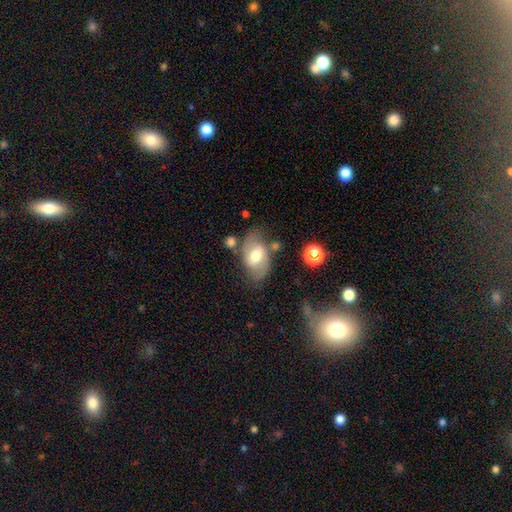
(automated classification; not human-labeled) smooth-or-featured: smooth: 49% | featured or disk: 43% | star or artifact: 7%
  merging: none: 62% | minor disturbance: 21% | major disturbance: 8% | merger: 8%